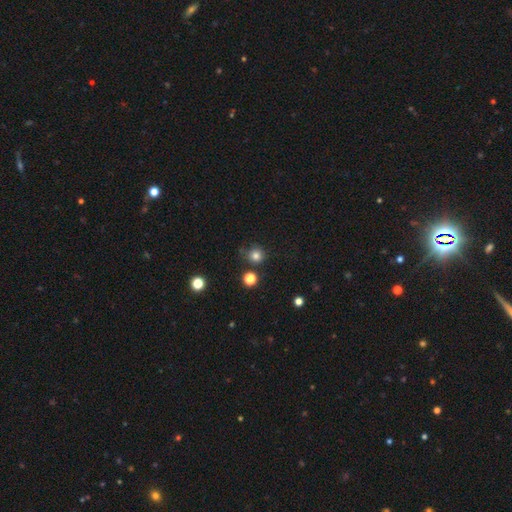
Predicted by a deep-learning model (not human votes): smooth_or_featured: smooth (p=0.80) [alt: star or artifact p=0.14]
how_rounded: round (p=0.92) [alt: in between p=0.07]
merging: none (p=0.79) [alt: minor disturbance p=0.12]